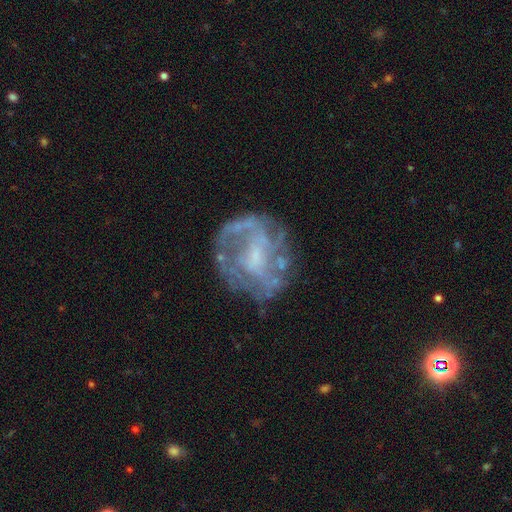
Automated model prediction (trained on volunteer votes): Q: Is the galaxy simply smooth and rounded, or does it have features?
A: featured or disk — 75%.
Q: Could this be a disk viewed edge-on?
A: no — 98%.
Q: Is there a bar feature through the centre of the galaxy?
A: no — 51%.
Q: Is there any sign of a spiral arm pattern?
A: yes — 57%.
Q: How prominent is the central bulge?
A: small — 41%.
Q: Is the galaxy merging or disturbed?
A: none — 63%.